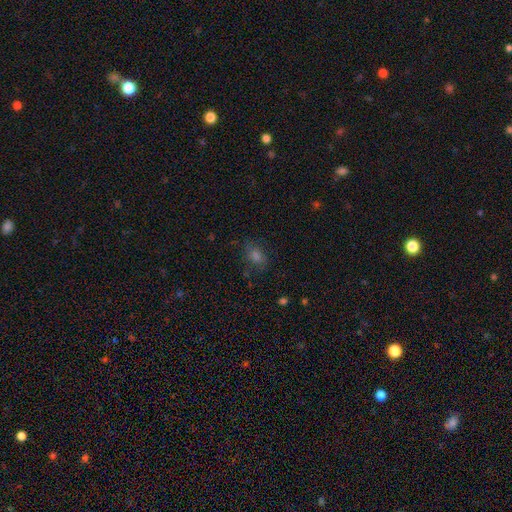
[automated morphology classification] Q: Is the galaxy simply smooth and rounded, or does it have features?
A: smooth — 59%.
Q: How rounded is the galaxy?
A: in between — 66%.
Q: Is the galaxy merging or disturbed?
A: none — 76%.